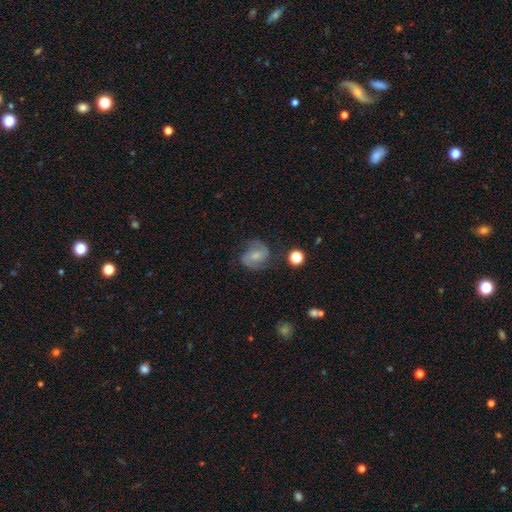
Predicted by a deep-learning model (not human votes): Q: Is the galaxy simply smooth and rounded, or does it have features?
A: featured or disk — 55%.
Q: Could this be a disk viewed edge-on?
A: no — 97%.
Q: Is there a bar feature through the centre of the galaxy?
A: weak — 44%.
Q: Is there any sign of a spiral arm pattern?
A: yes — 87%.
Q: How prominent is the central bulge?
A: small — 47%.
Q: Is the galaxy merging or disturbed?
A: none — 66%.